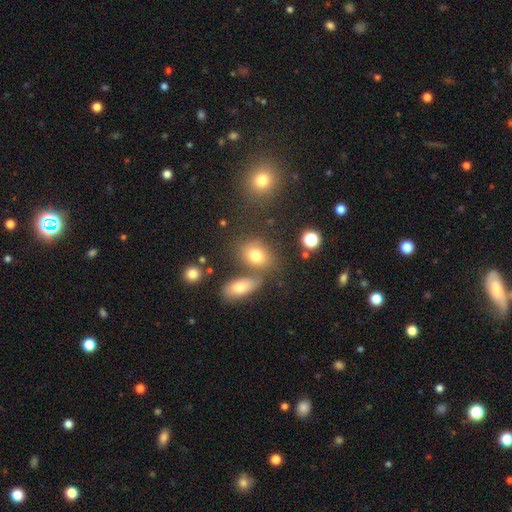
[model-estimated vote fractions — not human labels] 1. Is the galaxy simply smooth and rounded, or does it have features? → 74% smooth, 13% star or artifact, 13% featured or disk.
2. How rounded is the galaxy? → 60% in between, 38% round, 2% cigar-shaped.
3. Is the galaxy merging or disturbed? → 58% none, 23% merger, 13% minor disturbance, 6% major disturbance.